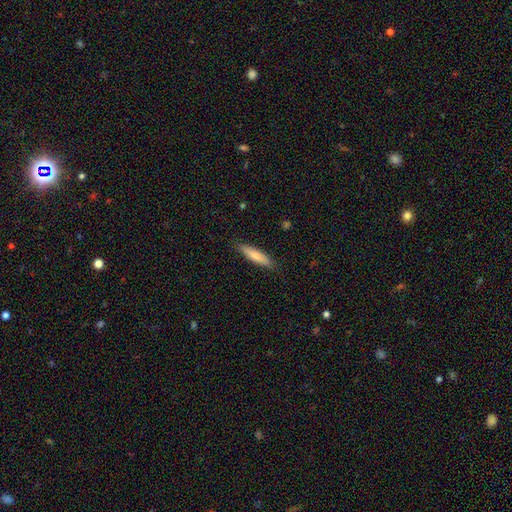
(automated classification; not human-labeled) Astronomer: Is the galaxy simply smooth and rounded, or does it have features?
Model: smooth — 73%.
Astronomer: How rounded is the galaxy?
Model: cigar-shaped — 79%.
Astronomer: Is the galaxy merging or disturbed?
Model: none — 88%.